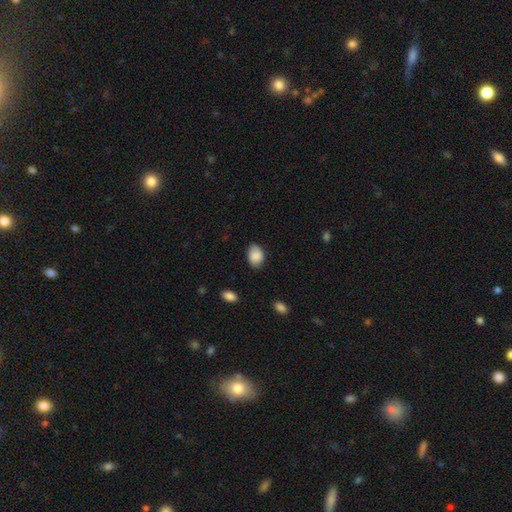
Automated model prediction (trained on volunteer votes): Smooth or featured? smooth (88%)
How rounded? in between (81%)
Merging? none (80%)